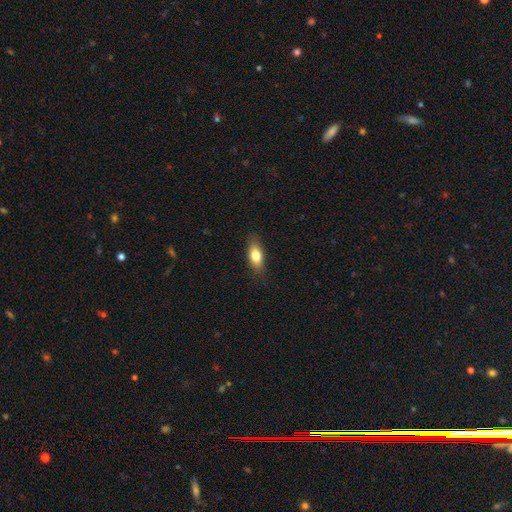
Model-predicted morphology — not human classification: This is likely a smooth galaxy (78%). How rounded: likely in between (78%). Merging: clearly none (84%).